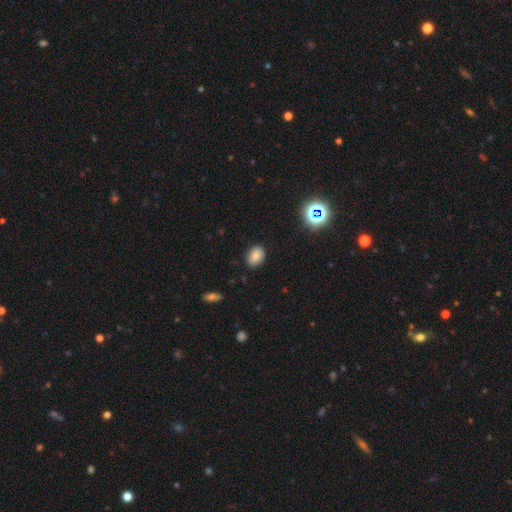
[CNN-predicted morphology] Overall: smooth (79%). How rounded: in between (71%). Merging: none (85%).